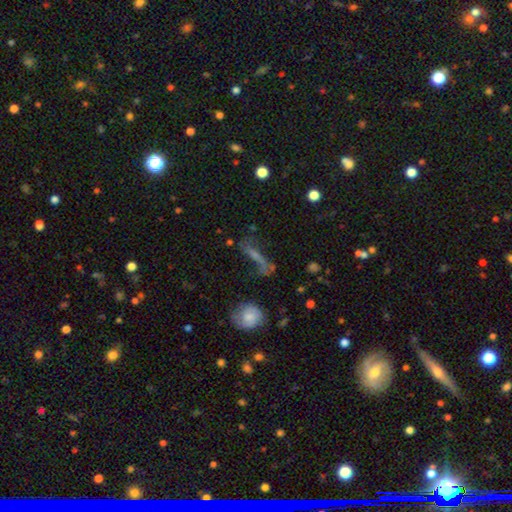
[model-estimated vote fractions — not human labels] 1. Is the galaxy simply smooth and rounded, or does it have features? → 43% featured or disk, 32% smooth, 26% star or artifact.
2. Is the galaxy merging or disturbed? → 61% none, 18% minor disturbance, 14% major disturbance, 6% merger.